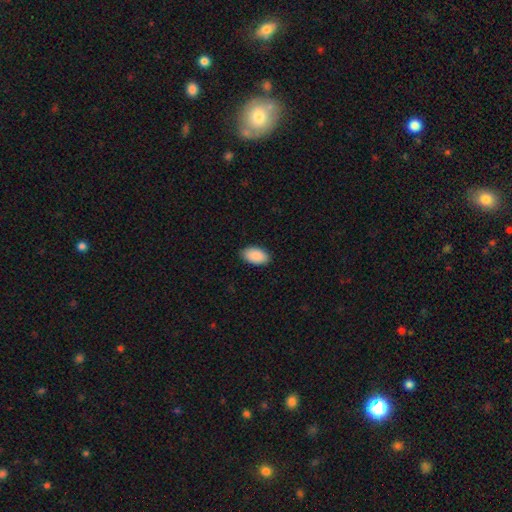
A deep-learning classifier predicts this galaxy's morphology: Smooth or featured? smooth (91%)
How rounded? in between (95%)
Merging? none (88%)